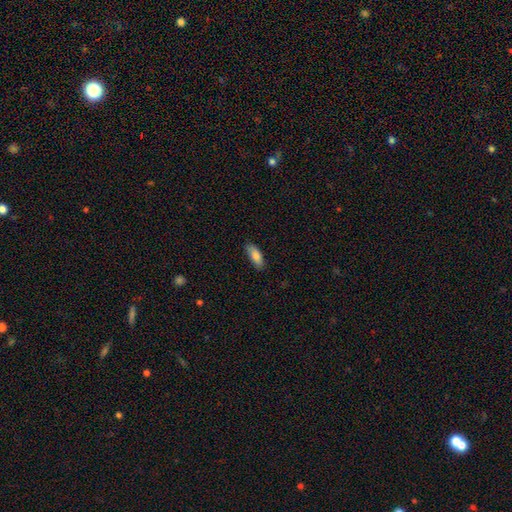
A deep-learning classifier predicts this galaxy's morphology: Q: Smooth or featured?
A: smooth (83%); runner-up: featured or disk (11%)
Q: How rounded?
A: in between (76%); runner-up: cigar-shaped (22%)
Q: Merging?
A: none (82%); runner-up: minor disturbance (15%)